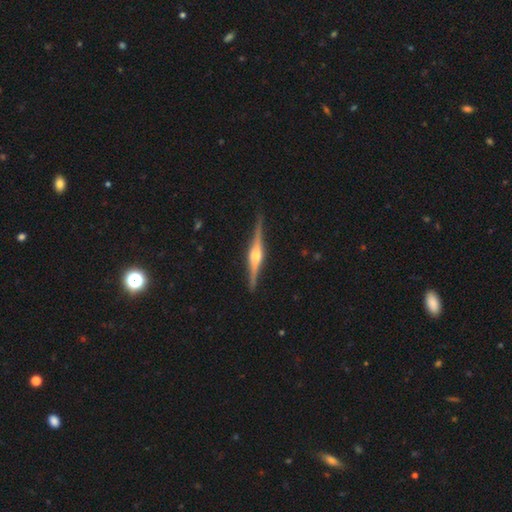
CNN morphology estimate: Smooth or featured?
  - featured or disk: 85% *
  - smooth: 11%
  - star or artifact: 5%
Edge-on disk?
  - yes: 98% *
  - no: 2%
Edge-on bulge?
  - rounded: 91% *
  - boxy: 7%
  - none: 2%
Merging?
  - none: 90% *
  - minor disturbance: 7%
  - major disturbance: 1%
  - merger: 1%